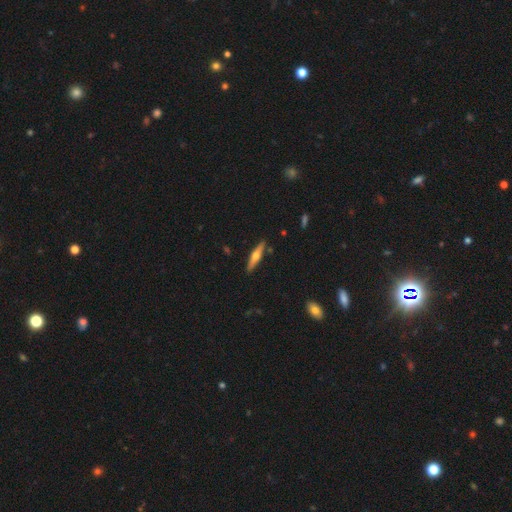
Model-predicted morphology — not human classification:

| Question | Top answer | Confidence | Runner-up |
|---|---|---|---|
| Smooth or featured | featured or disk | 60% | smooth (34%) |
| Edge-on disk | yes | 96% | no (4%) |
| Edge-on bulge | rounded | 92% | boxy (4%) |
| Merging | none | 89% | minor disturbance (8%) |